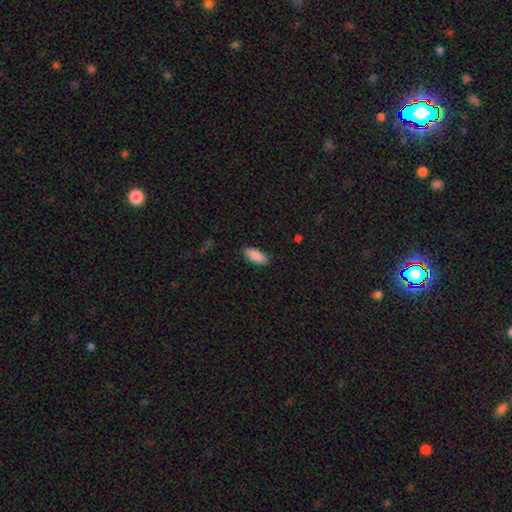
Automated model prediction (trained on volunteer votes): Smooth or featured?
  - smooth: 90% *
  - star or artifact: 6%
  - featured or disk: 4%
How rounded?
  - in between: 82% *
  - cigar-shaped: 16%
  - round: 2%
Merging?
  - none: 88% *
  - minor disturbance: 9%
  - major disturbance: 2%
  - merger: 1%